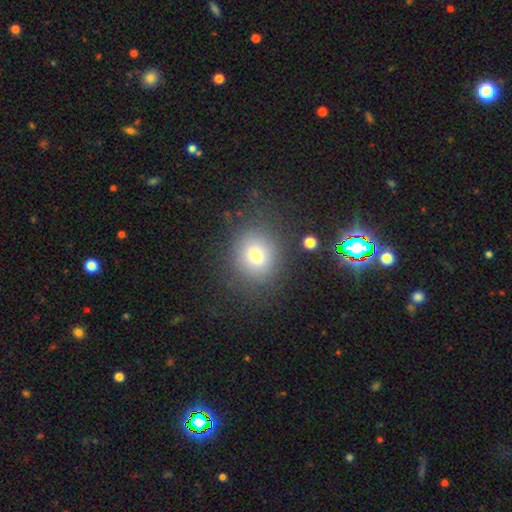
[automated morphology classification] type=smooth (72%); roundness=round (68%); merging=none (79%).